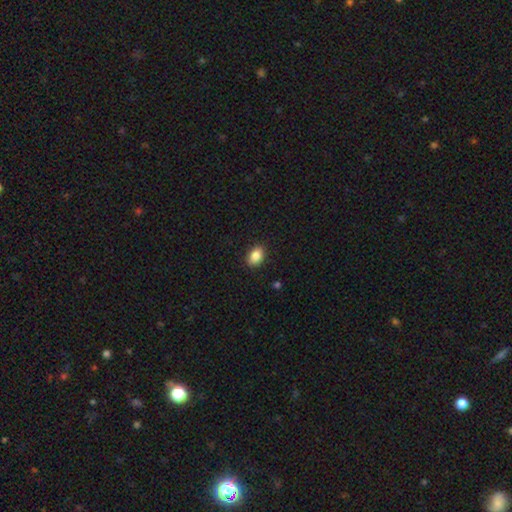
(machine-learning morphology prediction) The model was most divided on "how rounded": in between: 78%, round: 20%, cigar-shaped: 1%. More confident: merging — none (89%); smooth or featured — smooth (86%).